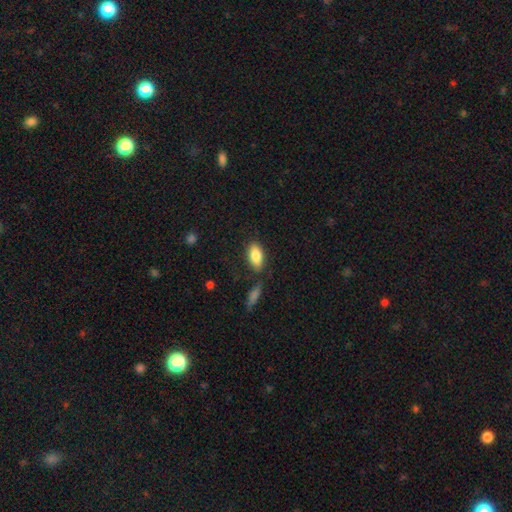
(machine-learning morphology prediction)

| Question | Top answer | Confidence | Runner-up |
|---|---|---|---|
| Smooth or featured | smooth | 84% | featured or disk (9%) |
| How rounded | in between | 91% | cigar-shaped (6%) |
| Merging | none | 78% | minor disturbance (13%) |